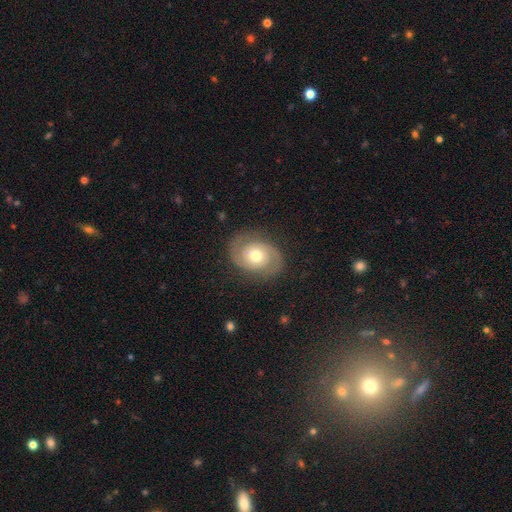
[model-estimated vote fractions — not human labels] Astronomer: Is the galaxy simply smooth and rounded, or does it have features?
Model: featured or disk — 81%.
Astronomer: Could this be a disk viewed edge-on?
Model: no — 97%.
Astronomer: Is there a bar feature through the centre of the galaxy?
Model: no — 74%.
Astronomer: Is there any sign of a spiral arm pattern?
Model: yes — 94%.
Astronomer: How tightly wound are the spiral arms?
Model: medium — 44% (runner-up: tight, 43%).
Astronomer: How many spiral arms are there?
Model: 2 — 92%.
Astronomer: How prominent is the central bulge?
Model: moderate — 69%.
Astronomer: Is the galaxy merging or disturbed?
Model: none — 83%.